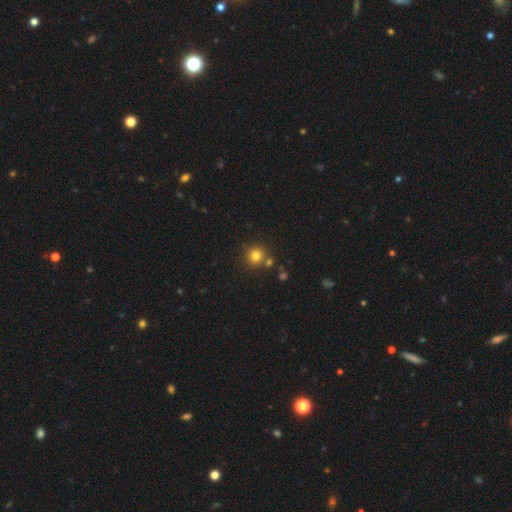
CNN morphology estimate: Smooth or featured: smooth — 80% (star or artifact — 14%)
How rounded: round — 93% (in between — 6%)
Merging: none — 77% (merger — 12%)